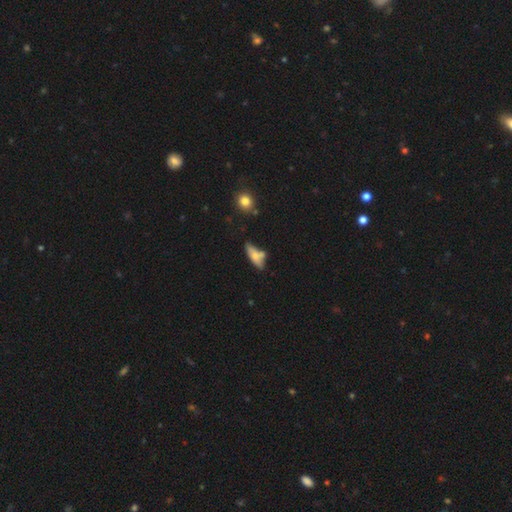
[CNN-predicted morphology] Smooth or featured? smooth (60%)
How rounded? in between (65%)
Merging? none (50%)